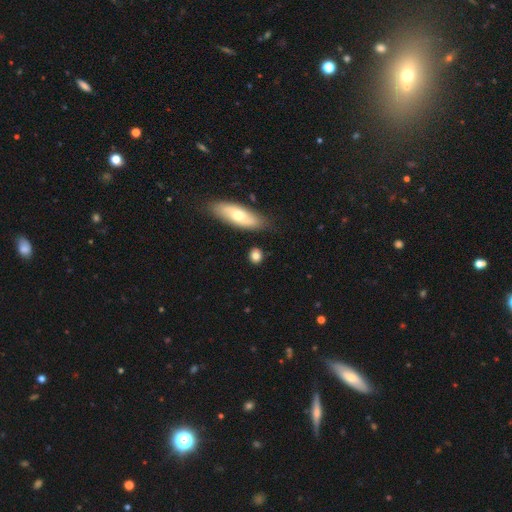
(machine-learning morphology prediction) This appears to be a smooth galaxy with no disk features (80%) that is round (58%). Merging: none (81%).